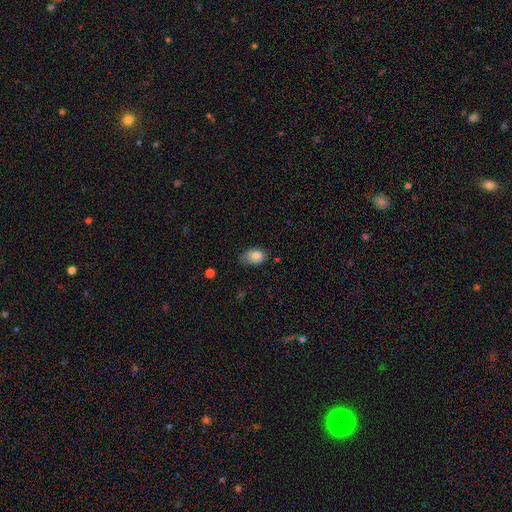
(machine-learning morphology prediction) A smooth galaxy with no disk features (83%) that is in between round and cigar-shaped (82%).

Vote fractions:
- Smooth or featured? smooth: 83% / star or artifact: 9% / featured or disk: 9%
- How rounded? in between: 82% / round: 17% / cigar-shaped: 1%
- Merging? none: 45% / minor disturbance: 41% / major disturbance: 12% / merger: 2%